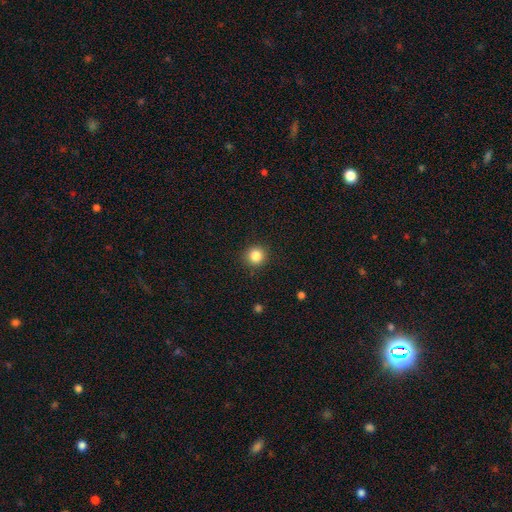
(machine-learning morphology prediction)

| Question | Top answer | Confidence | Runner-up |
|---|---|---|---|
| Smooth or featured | smooth | 85% | star or artifact (11%) |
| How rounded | round | 94% | in between (5%) |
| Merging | none | 91% | minor disturbance (6%) |